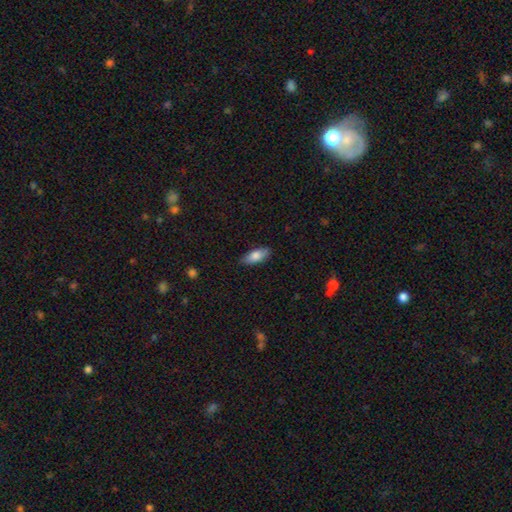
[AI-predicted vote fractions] smooth 79%, featured or disk 15%, star or artifact 6%. Down the decision tree: how rounded — in between (78%); merging — none (86%).